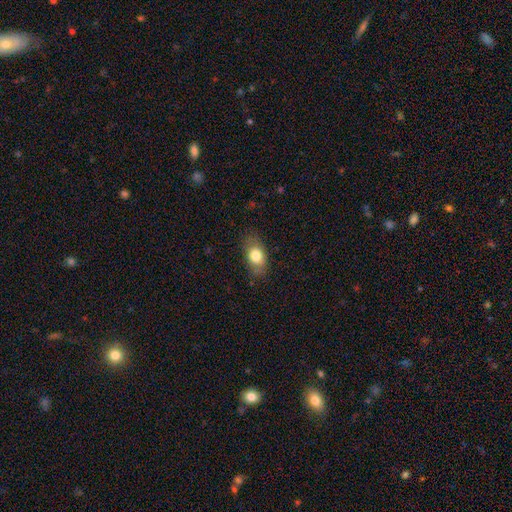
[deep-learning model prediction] A smooth galaxy with no disk features (78%) that is in between round and cigar-shaped (82%).

Vote fractions:
- Smooth or featured? smooth: 78% / featured or disk: 15% / star or artifact: 8%
- How rounded? in between: 82% / round: 15% / cigar-shaped: 3%
- Merging? none: 73% / minor disturbance: 21% / major disturbance: 5% / merger: 1%